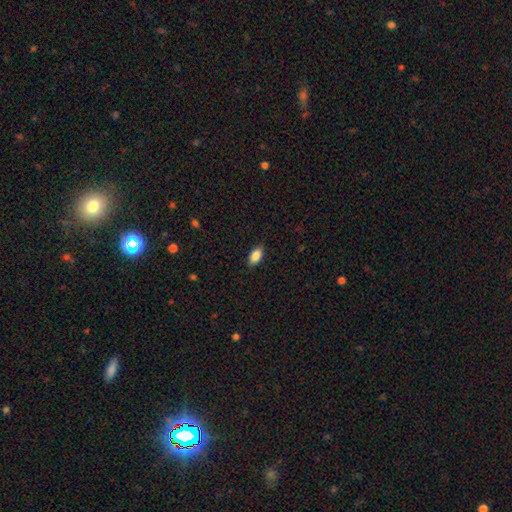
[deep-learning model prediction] Smooth or featured? Predicted: smooth (p=0.87). How rounded? Predicted: in between (p=0.92). Merging? Predicted: none (p=0.88).